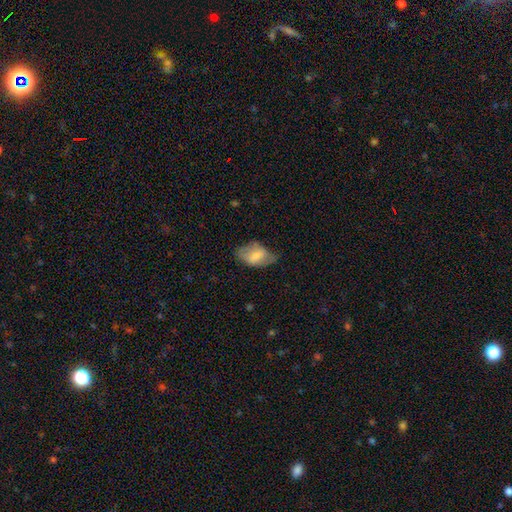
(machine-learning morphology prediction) Smooth or featured: smooth — 63% (featured or disk — 30%)
How rounded: in between — 91% (round — 7%)
Merging: none — 49% (minor disturbance — 35%)